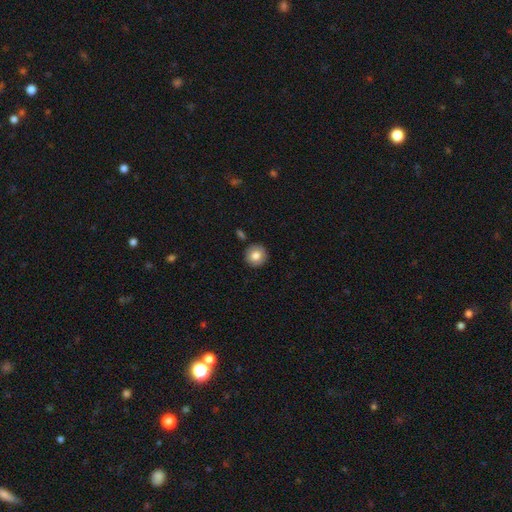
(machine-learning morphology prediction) Smooth or featured: smooth — 80% (featured or disk — 11%)
How rounded: round — 94% (in between — 5%)
Merging: none — 88% (minor disturbance — 7%)